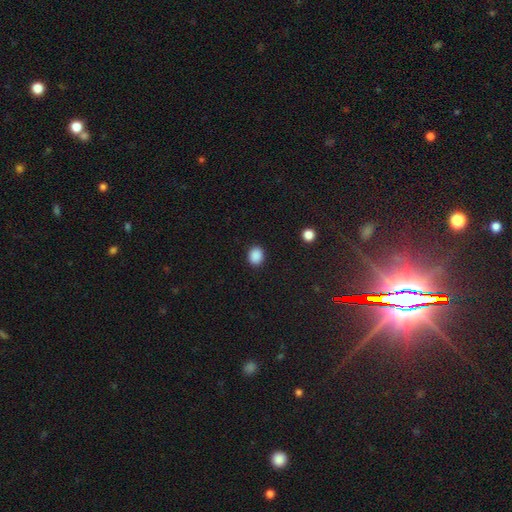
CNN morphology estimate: Smooth or featured? Predicted: smooth (p=0.89). How rounded? Predicted: round (p=0.57). Merging? Predicted: none (p=0.90).